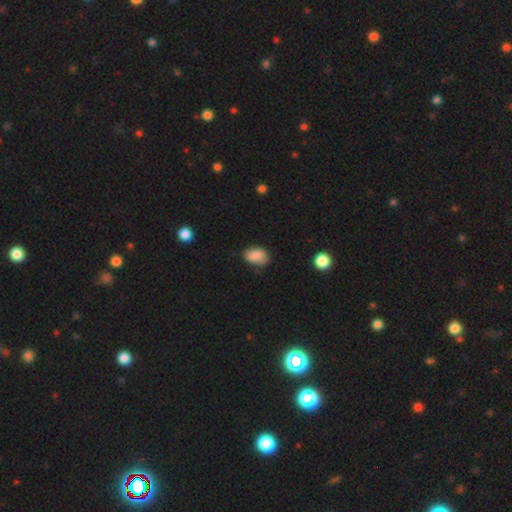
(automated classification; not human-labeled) Q: Smooth or featured?
A: smooth (84%); runner-up: featured or disk (8%)
Q: How rounded?
A: in between (82%); runner-up: round (17%)
Q: Merging?
A: none (68%); runner-up: minor disturbance (25%)